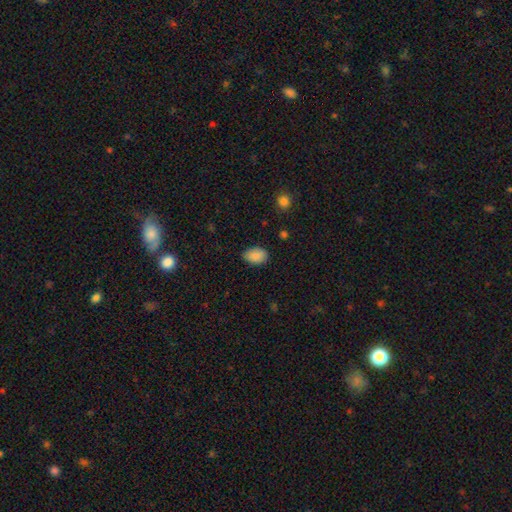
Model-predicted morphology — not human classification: Smooth or featured: smooth — 88% (star or artifact — 7%)
How rounded: in between — 87% (round — 12%)
Merging: none — 83% (minor disturbance — 13%)